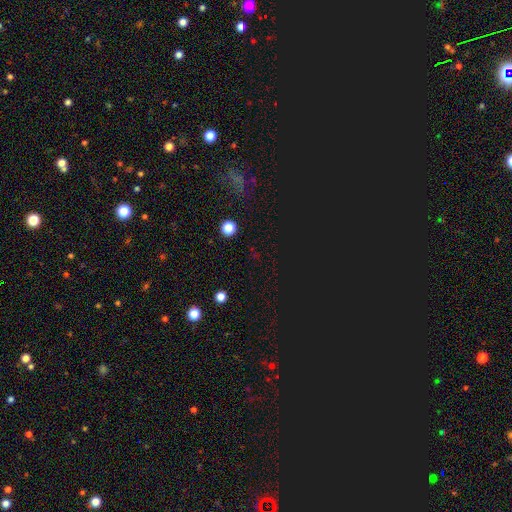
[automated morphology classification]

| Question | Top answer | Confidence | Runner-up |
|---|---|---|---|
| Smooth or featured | star or artifact | 62% | smooth (32%) |